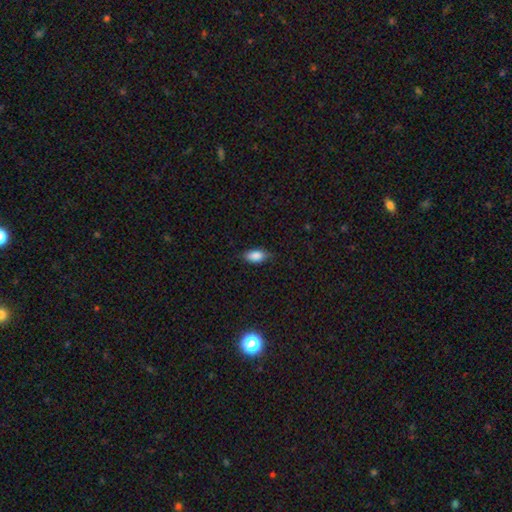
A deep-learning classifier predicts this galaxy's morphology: Overall: smooth (86%). How rounded: in between (90%). Merging: none (78%).